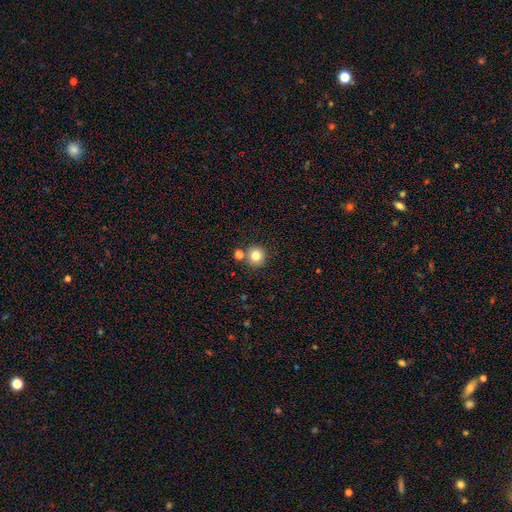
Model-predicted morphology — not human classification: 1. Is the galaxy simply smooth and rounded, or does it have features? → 82% smooth, 11% star or artifact, 7% featured or disk.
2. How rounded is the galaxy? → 93% round, 6% in between, 1% cigar-shaped.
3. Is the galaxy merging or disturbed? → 77% none, 13% merger, 8% minor disturbance, 2% major disturbance.